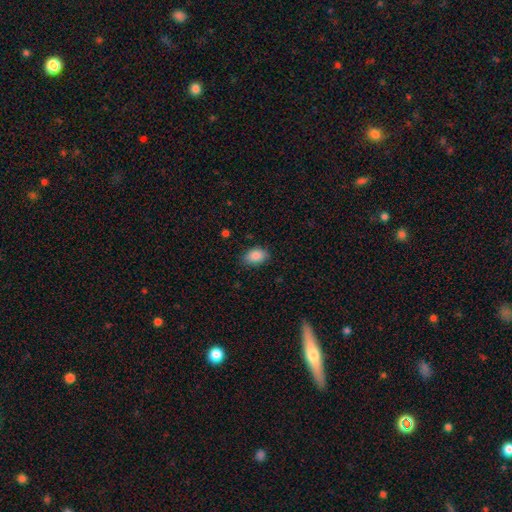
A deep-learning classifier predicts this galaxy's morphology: Smooth or featured?
  - smooth: 88% *
  - star or artifact: 7%
  - featured or disk: 4%
How rounded?
  - in between: 86% *
  - round: 13%
  - cigar-shaped: 1%
Merging?
  - none: 81% *
  - minor disturbance: 15%
  - major disturbance: 3%
  - merger: 1%